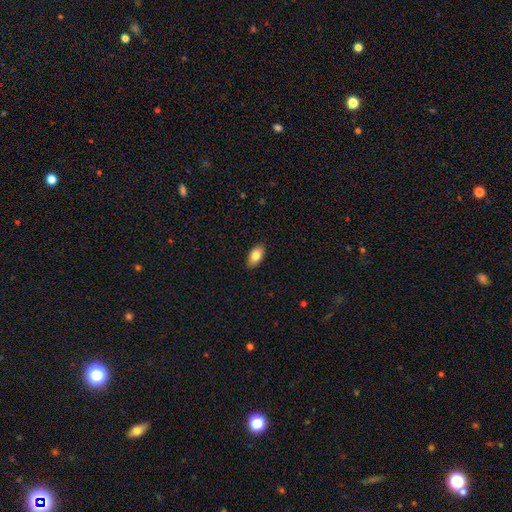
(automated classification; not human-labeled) smooth_or_featured: smooth (p=0.82) [alt: featured or disk p=0.11]
how_rounded: in between (p=0.93) [alt: round p=0.05]
merging: none (p=0.88) [alt: minor disturbance p=0.09]